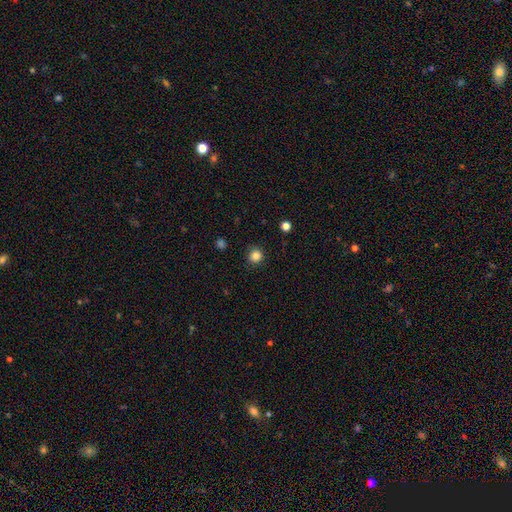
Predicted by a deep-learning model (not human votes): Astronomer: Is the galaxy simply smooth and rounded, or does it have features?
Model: smooth — 84%.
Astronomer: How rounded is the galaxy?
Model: round — 92%.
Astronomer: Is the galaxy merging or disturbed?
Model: none — 89%.